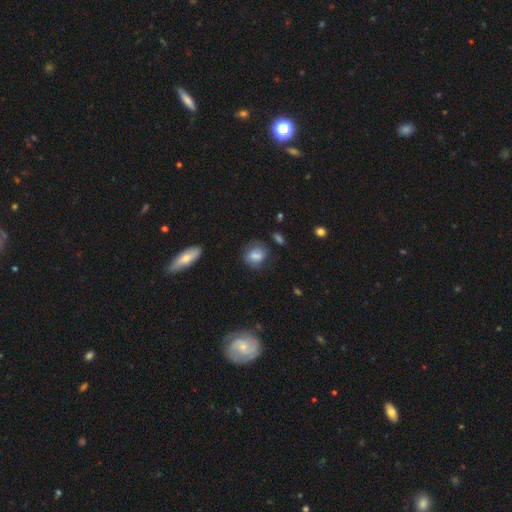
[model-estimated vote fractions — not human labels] Smooth or featured: smooth — 76% (featured or disk — 15%)
How rounded: round — 55% (in between — 44%)
Merging: none — 64% (minor disturbance — 24%)